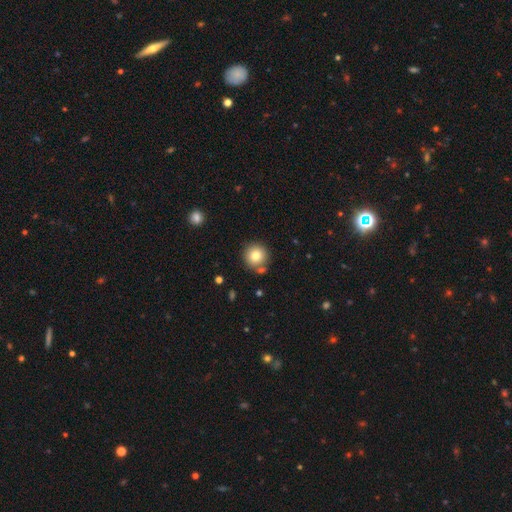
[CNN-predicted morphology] Q: Smooth or featured?
A: smooth (80%); runner-up: star or artifact (11%)
Q: How rounded?
A: round (94%); runner-up: in between (5%)
Q: Merging?
A: none (79%); runner-up: merger (9%)